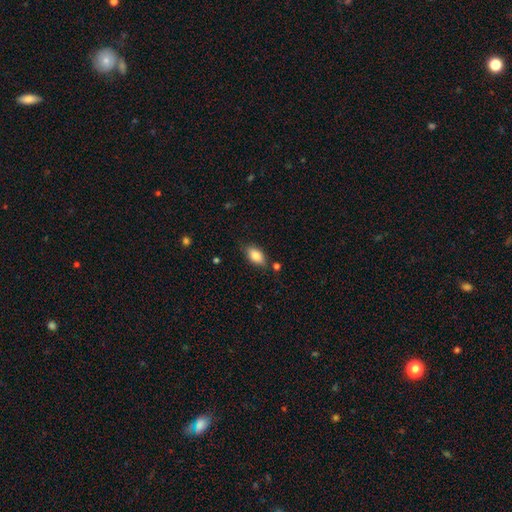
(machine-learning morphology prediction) The model was most divided on "merging": none: 77%, minor disturbance: 15%, merger: 4%, major disturbance: 3%. More confident: how rounded — in between (90%); smooth or featured — smooth (83%).